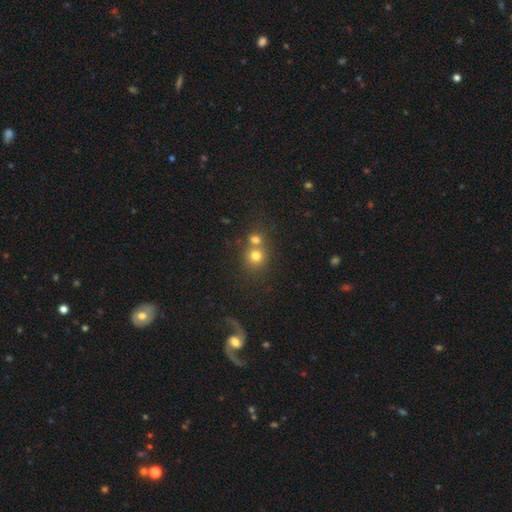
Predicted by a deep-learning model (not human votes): Smooth or featured? Predicted: smooth (p=0.75). How rounded? Predicted: round (p=0.85). Merging? Predicted: none (p=0.47).